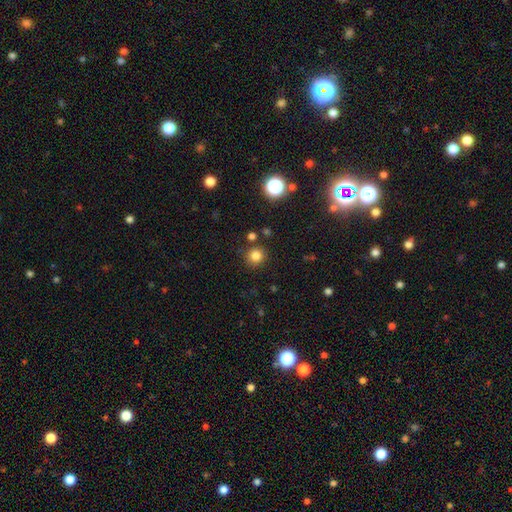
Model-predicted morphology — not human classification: Smooth or featured?
  - smooth: 81% *
  - star or artifact: 14%
  - featured or disk: 5%
How rounded?
  - round: 93% *
  - in between: 6%
  - cigar-shaped: 1%
Merging?
  - none: 85% *
  - minor disturbance: 7%
  - merger: 4%
  - major disturbance: 3%